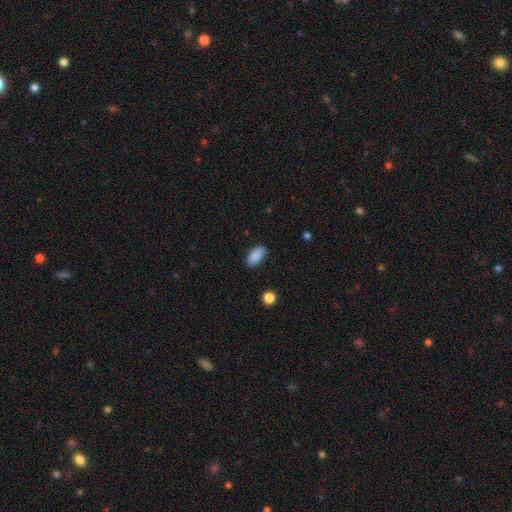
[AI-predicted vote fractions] Smooth or featured? smooth (89%)
How rounded? in between (92%)
Merging? none (85%)